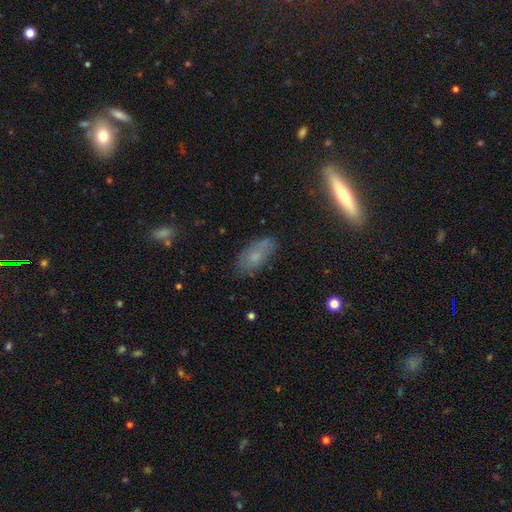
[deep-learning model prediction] smooth 65%, featured or disk 24%, star or artifact 11%. Down the decision tree: how rounded — in between (87%); merging — none (69%).